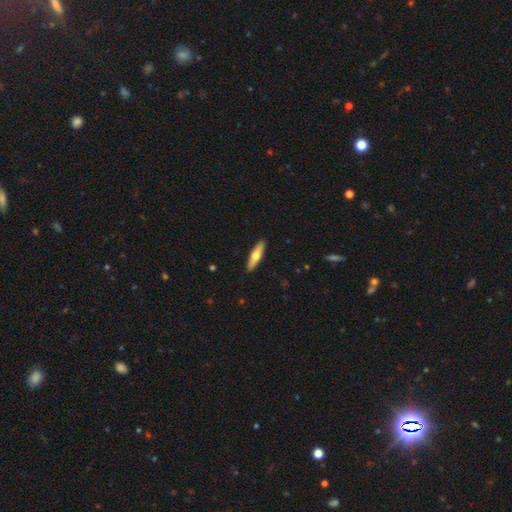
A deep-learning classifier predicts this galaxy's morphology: Smooth or featured?
  - smooth: 54% *
  - featured or disk: 41%
  - star or artifact: 5%
How rounded?
  - cigar-shaped: 75% *
  - in between: 24%
  - round: 2%
Merging?
  - none: 91% *
  - minor disturbance: 6%
  - major disturbance: 1%
  - merger: 1%